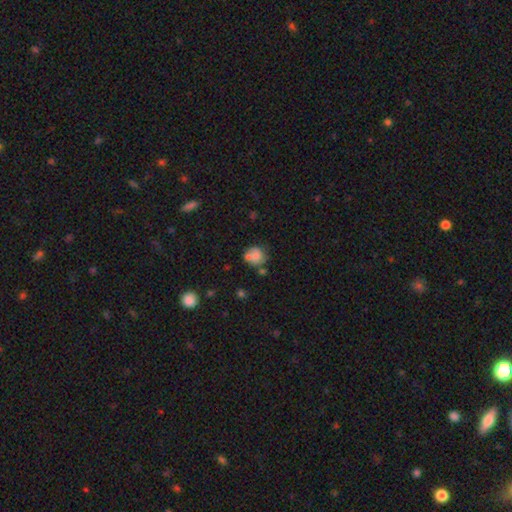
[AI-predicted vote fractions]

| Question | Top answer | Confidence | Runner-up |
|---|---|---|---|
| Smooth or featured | smooth | 68% | featured or disk (22%) |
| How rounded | round | 80% | in between (19%) |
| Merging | none | 47% | merger (29%) |